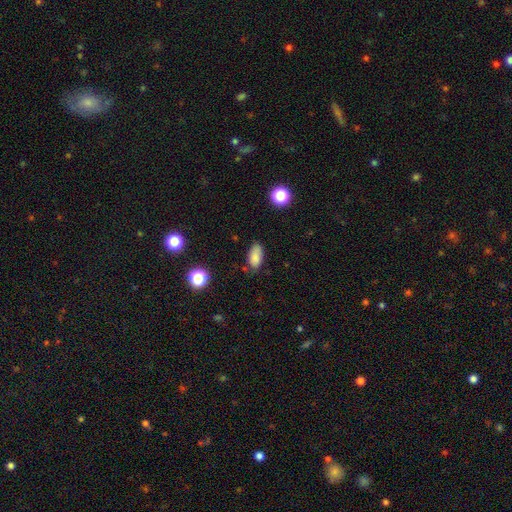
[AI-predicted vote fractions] A smooth galaxy with no disk features (84%) that is in between round and cigar-shaped (91%). Merging: none (69%).